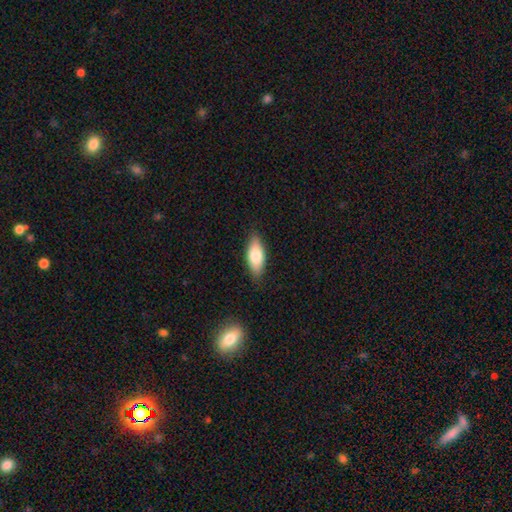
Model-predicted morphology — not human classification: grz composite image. It shows a smooth galaxy with no disk features (76%) that is in between round and cigar-shaped (79%). Merging: none (85%).